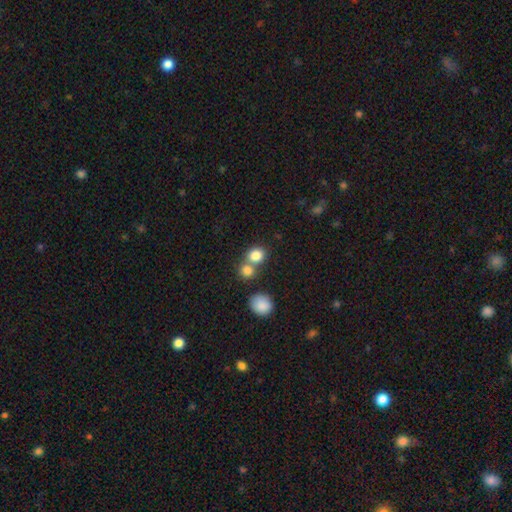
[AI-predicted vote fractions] This appears to be a smooth galaxy with no disk features (82%) that is round (73%). Merging: none (45%).